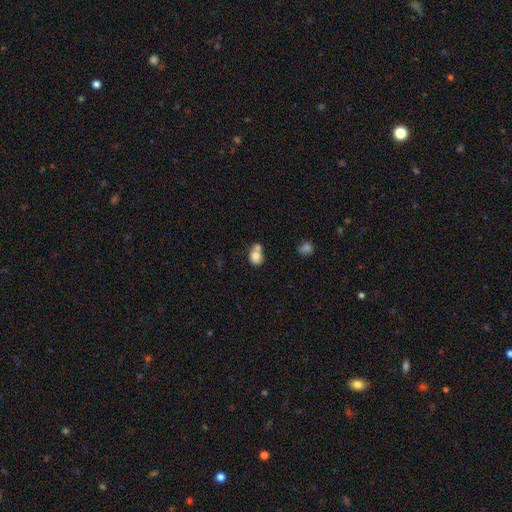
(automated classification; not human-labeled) Q: Smooth or featured?
A: smooth (76%); runner-up: featured or disk (15%)
Q: How rounded?
A: round (53%); runner-up: in between (46%)
Q: Merging?
A: merger (54%); runner-up: none (30%)